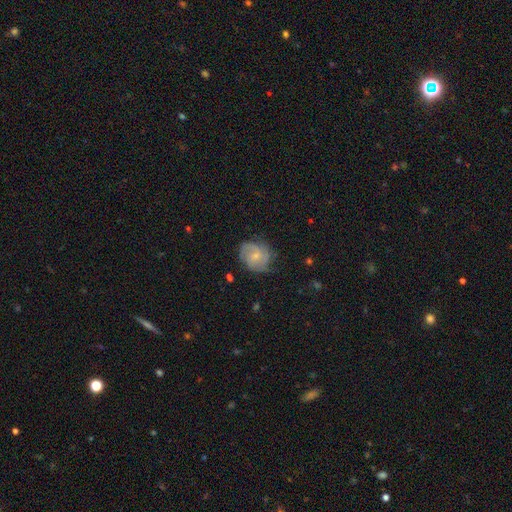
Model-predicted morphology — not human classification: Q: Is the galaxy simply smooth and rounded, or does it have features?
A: featured or disk — 58%.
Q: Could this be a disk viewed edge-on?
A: no — 98%.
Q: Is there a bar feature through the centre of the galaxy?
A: no — 66%.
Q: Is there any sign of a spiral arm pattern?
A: yes — 85%.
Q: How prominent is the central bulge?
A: small — 68%.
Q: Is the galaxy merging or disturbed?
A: none — 66%.